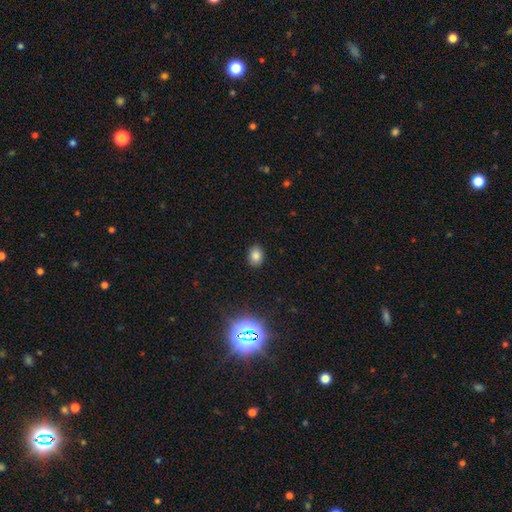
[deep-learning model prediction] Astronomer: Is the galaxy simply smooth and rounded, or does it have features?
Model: smooth — 80%.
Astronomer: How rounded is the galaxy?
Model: in between — 66%.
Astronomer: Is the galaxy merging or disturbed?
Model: none — 89%.